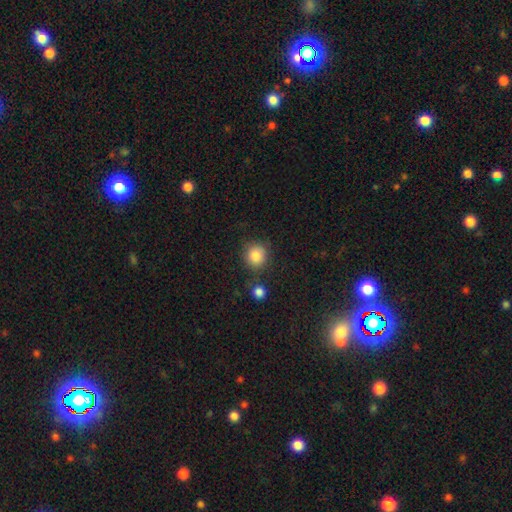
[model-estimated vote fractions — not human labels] smooth-or-featured: smooth: 86% | star or artifact: 9% | featured or disk: 5%
  how-rounded: round: 88% | in between: 11% | cigar-shaped: 1%
  merging: none: 78% | minor disturbance: 12% | merger: 7% | major disturbance: 4%